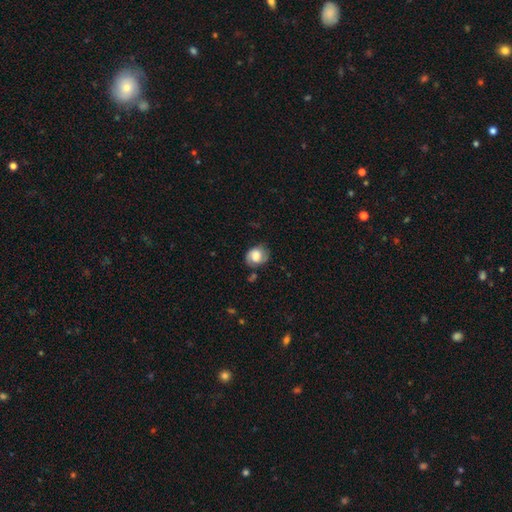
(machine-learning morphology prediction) Smooth or featured? smooth (59%)
How rounded? round (55%)
Merging? none (62%)